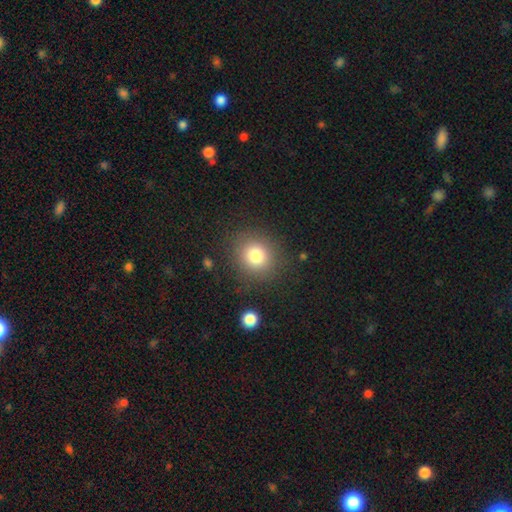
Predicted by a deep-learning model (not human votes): This appears to be a smooth galaxy with no disk features (80%) that is round (84%). Merging: none (85%).